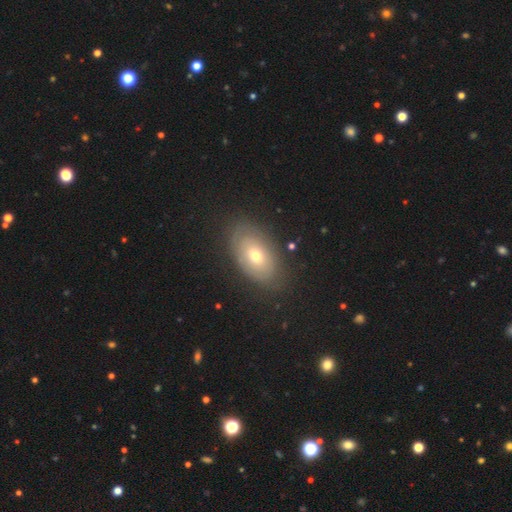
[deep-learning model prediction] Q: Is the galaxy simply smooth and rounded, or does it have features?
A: smooth — 49%.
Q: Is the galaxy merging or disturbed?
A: none — 81%.